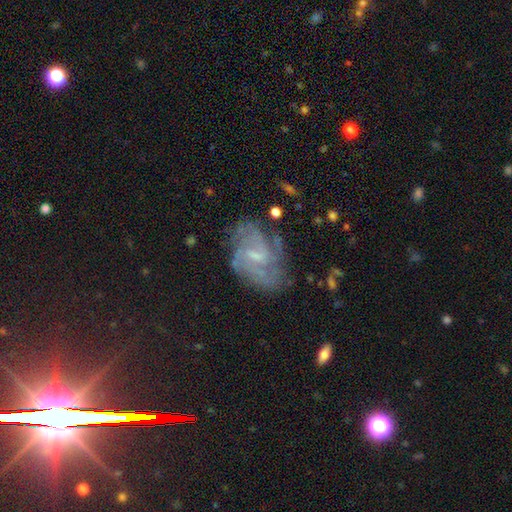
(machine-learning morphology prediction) Q: Smooth or featured?
A: featured or disk (76%); runner-up: smooth (15%)
Q: Edge-on disk?
A: no (97%); runner-up: yes (3%)
Q: Bar?
A: weak (60%); runner-up: no (25%)
Q: Spiral arms?
A: yes (87%); runner-up: no (13%)
Q: Spiral winding?
A: medium (44%); runner-up: tight (36%)
Q: Spiral arm count?
A: can't tell (36%); runner-up: 2 (28%)
Q: Bulge size?
A: small (50%); runner-up: moderate (29%)
Q: Merging?
A: none (63%); runner-up: minor disturbance (21%)